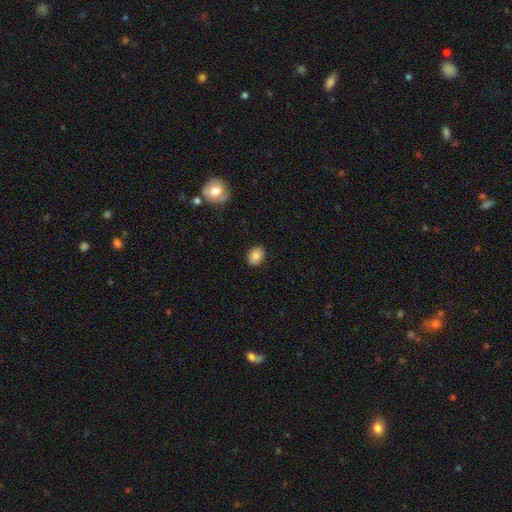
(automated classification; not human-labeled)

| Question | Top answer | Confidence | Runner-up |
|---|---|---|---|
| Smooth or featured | smooth | 81% | featured or disk (10%) |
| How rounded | in between | 62% | round (37%) |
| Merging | none | 88% | minor disturbance (9%) |